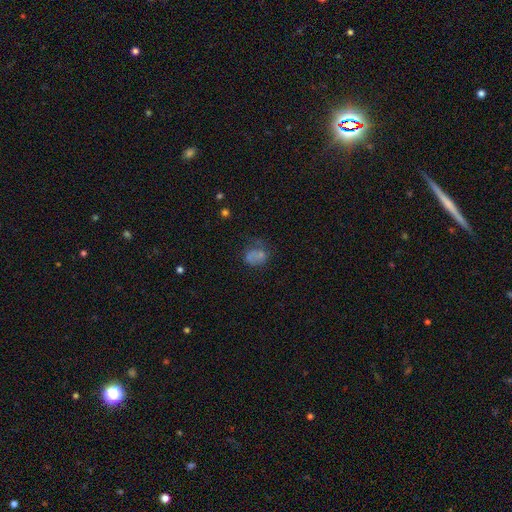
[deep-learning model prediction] This is likely a smooth galaxy (60%). How rounded: possibly in between (52%). Merging: marginally none (37%).